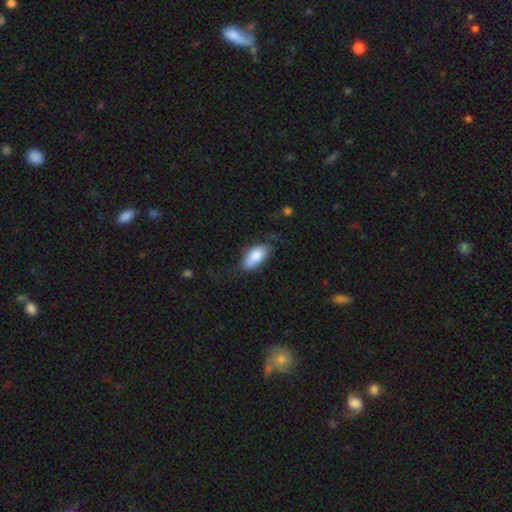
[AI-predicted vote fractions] Morphology: type=smooth (79%); roundness=in between (89%); merging=none (57%).